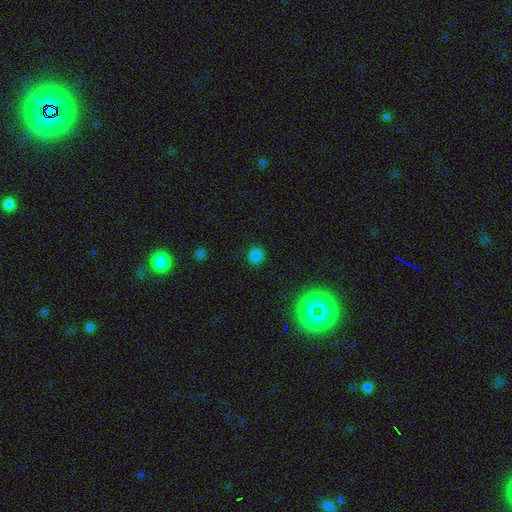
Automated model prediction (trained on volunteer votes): A smooth galaxy with no disk features (79%) that is round (91%). Merging: none (90%).